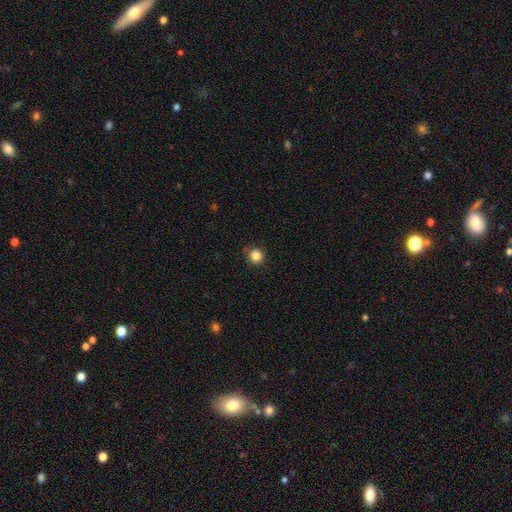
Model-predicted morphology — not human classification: The model was most divided on "smooth or featured": smooth: 85%, star or artifact: 11%, featured or disk: 4%. More confident: how rounded — round (94%); merging — none (89%).